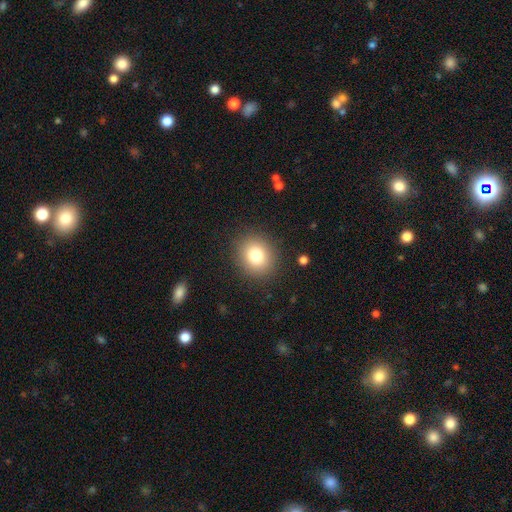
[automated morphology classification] type=smooth (79%); roundness=round (78%); merging=none (89%).